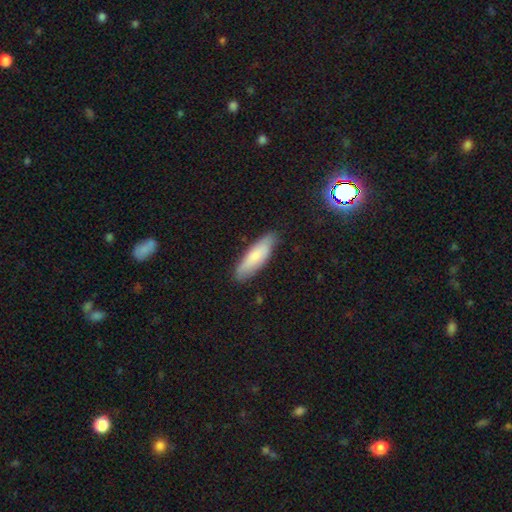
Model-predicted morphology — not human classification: smooth_or_featured: smooth (p=0.77) [alt: featured or disk p=0.17]
how_rounded: cigar-shaped (p=0.55) [alt: in between p=0.43]
merging: none (p=0.83) [alt: minor disturbance p=0.14]